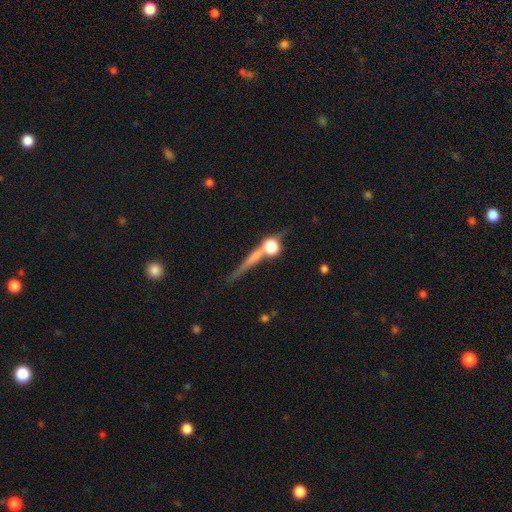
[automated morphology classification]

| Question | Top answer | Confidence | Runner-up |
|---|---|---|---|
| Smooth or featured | featured or disk | 43% | smooth (33%) |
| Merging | none | 68% | merger (13%) |